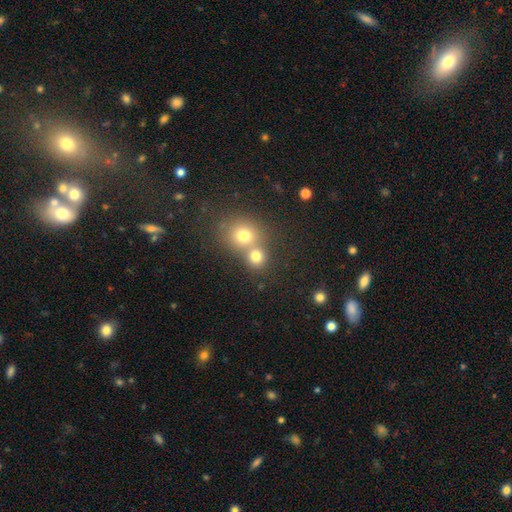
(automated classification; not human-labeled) Smooth or featured: smooth — 70% (star or artifact — 18%)
How rounded: round — 80% (in between — 19%)
Merging: none — 45% (tied with merger — 45%)